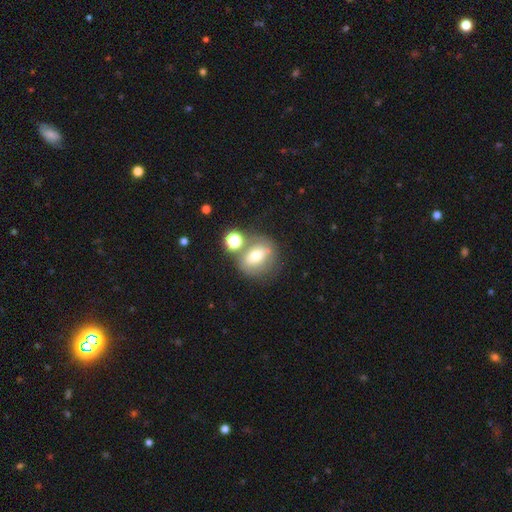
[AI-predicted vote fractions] smooth-or-featured: smooth: 55% | featured or disk: 33% | star or artifact: 12%
  how-rounded: round: 57% | in between: 42% | cigar-shaped: 2%
  merging: none: 54% | merger: 23% | minor disturbance: 15% | major disturbance: 8%